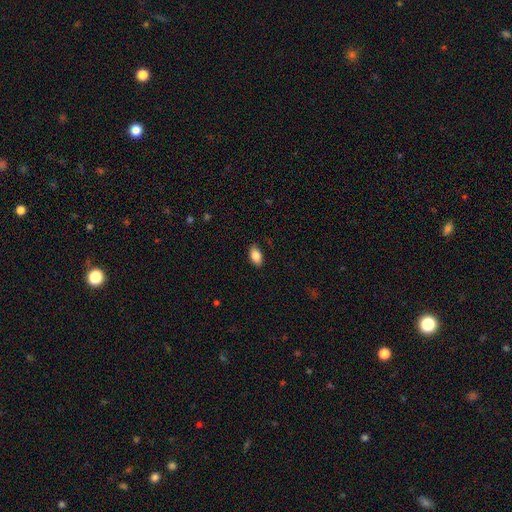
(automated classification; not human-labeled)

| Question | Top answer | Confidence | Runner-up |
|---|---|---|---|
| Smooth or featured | smooth | 85% | featured or disk (8%) |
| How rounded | in between | 92% | round (5%) |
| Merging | none | 86% | minor disturbance (10%) |